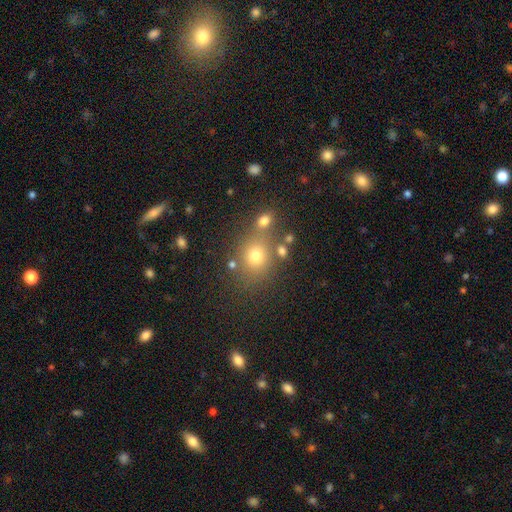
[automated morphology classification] The model was most divided on "how rounded": round: 64%, in between: 35%, cigar-shaped: 1%. More confident: smooth or featured — smooth (70%); merging — none (65%).